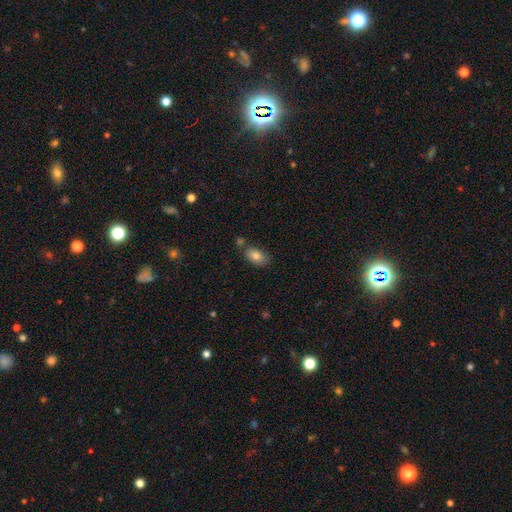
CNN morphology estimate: Smooth or featured? smooth (83%)
How rounded? in between (91%)
Merging? none (69%)